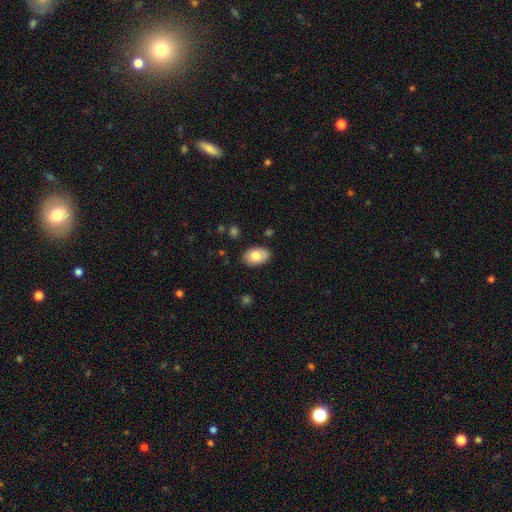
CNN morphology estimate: Smooth or featured? Predicted: smooth (p=0.77). How rounded? Predicted: in between (p=0.89). Merging? Predicted: none (p=0.84).